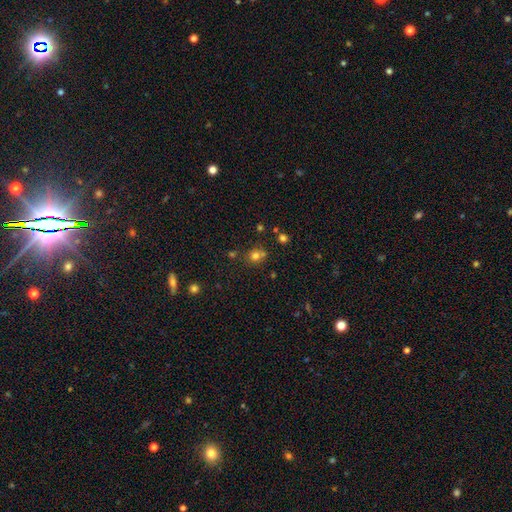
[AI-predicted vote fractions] smooth-or-featured: smooth: 73% | star or artifact: 18% | featured or disk: 9%
  how-rounded: round: 83% | in between: 16% | cigar-shaped: 1%
  merging: none: 64% | merger: 22% | minor disturbance: 10% | major disturbance: 3%